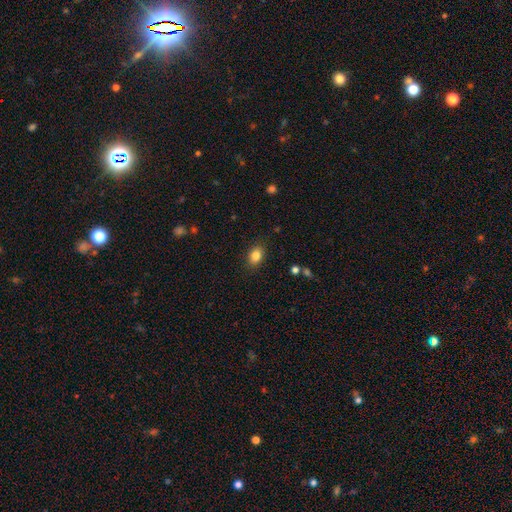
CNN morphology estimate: Smooth or featured? Predicted: smooth (p=0.84). How rounded? Predicted: in between (p=0.75). Merging? Predicted: none (p=0.87).